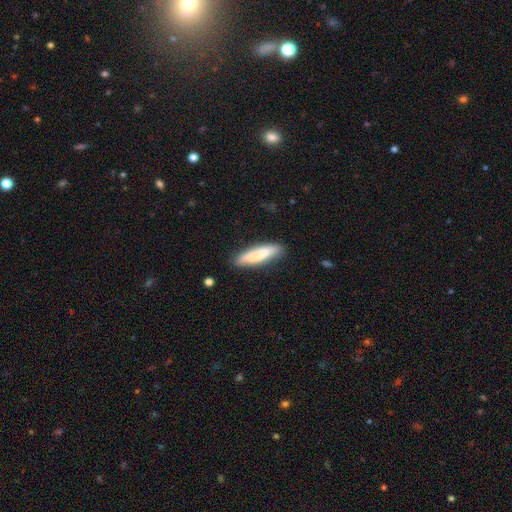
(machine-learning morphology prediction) This appears to be a smooth galaxy with no disk features (77%) that is cigar-shaped (75%). Merging: none (83%).